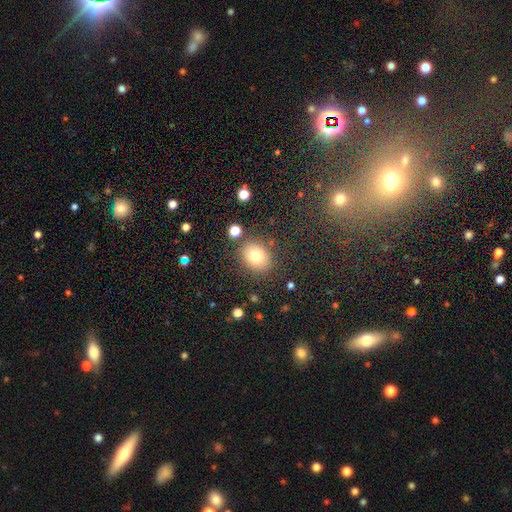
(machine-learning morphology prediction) Smooth or featured? smooth (78%)
How rounded? round (51%)
Merging? none (81%)